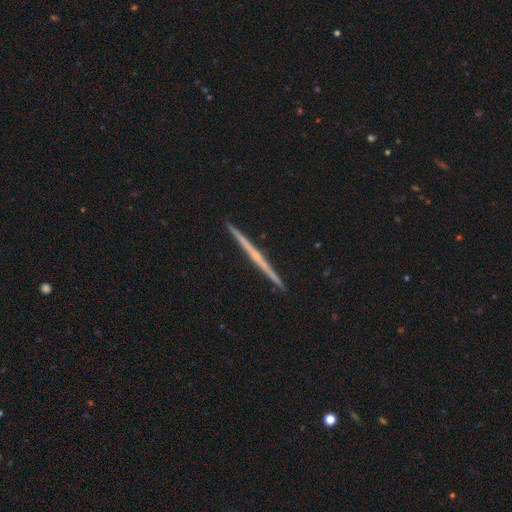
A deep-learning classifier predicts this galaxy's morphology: smooth-or-featured: featured or disk: 75% | smooth: 20% | star or artifact: 6%
  disk-edge-on: yes: 99% | no: 1%
    edge-on-bulge: none: 58% | rounded: 36% | boxy: 6%
  merging: none: 93% | minor disturbance: 5% | merger: 1% | major disturbance: 1%